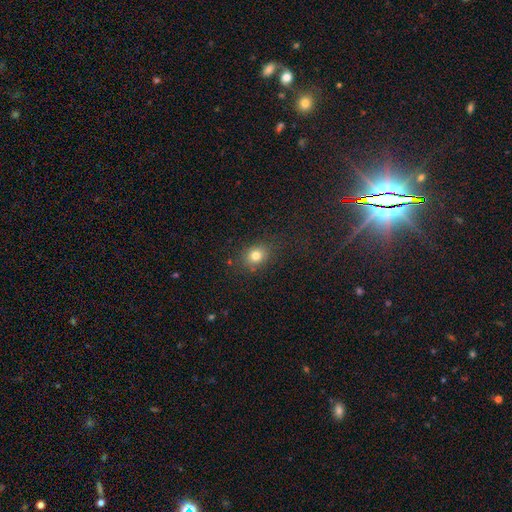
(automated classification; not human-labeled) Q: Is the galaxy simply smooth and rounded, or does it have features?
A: smooth — 79%.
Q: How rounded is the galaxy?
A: round — 56%.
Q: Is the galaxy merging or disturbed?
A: none — 82%.